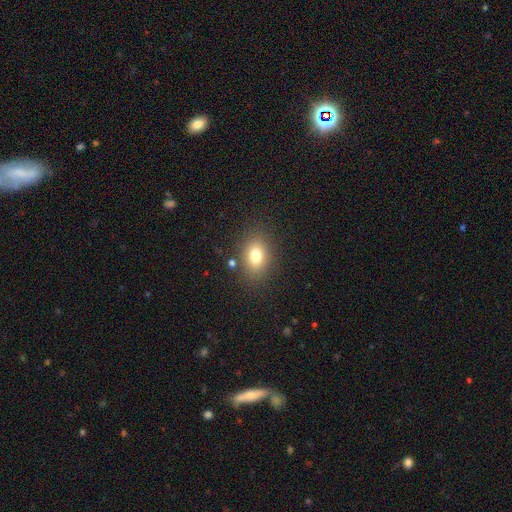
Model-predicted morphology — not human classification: Smooth or featured: smooth — 76% (star or artifact — 12%)
How rounded: in between — 71% (round — 28%)
Merging: none — 83% (minor disturbance — 10%)